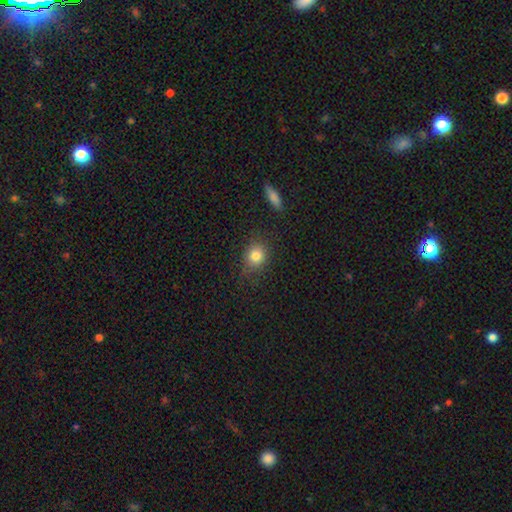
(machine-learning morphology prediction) The model was most divided on "how rounded": round: 73%, in between: 26%, cigar-shaped: 1%. More confident: smooth or featured — smooth (81%); merging — none (79%).